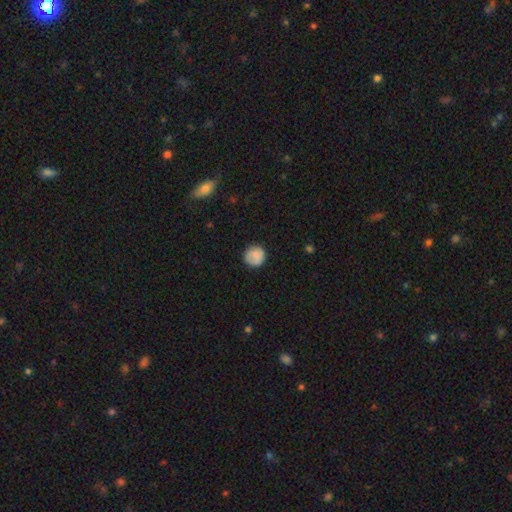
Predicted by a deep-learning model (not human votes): Smooth or featured? Predicted: smooth (p=0.83). How rounded? Predicted: round (p=0.92). Merging? Predicted: none (p=0.83).